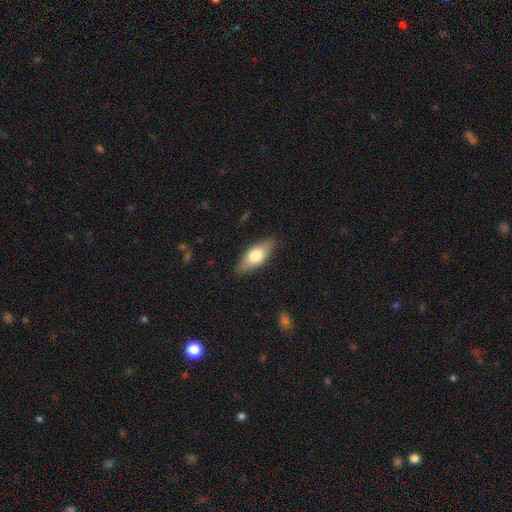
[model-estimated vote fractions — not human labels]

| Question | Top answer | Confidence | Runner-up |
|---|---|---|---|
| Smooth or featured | smooth | 66% | featured or disk (28%) |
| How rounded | in between | 76% | cigar-shaped (21%) |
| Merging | none | 86% | minor disturbance (11%) |